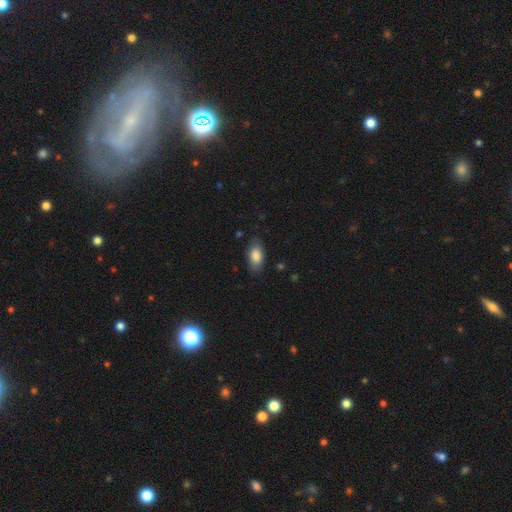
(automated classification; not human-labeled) The model was most divided on "merging": none: 79%, minor disturbance: 16%, major disturbance: 4%, merger: 1%. More confident: how rounded — in between (90%); smooth or featured — smooth (83%).